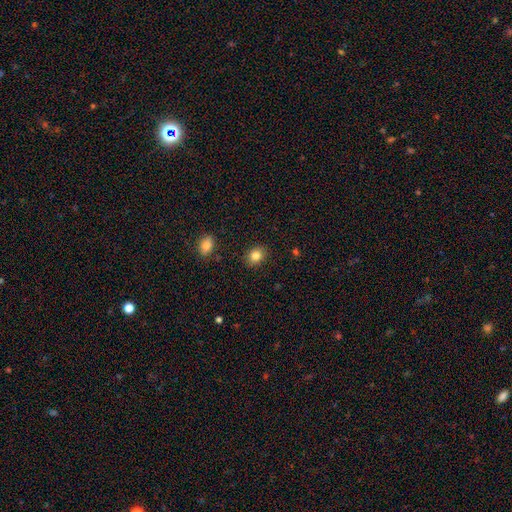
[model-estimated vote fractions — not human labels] Smooth or featured?
  - smooth: 84% *
  - star or artifact: 10%
  - featured or disk: 6%
How rounded?
  - in between: 50% *
  - round: 49%
  - cigar-shaped: 1%
Merging?
  - none: 87% *
  - minor disturbance: 9%
  - major disturbance: 2%
  - merger: 2%